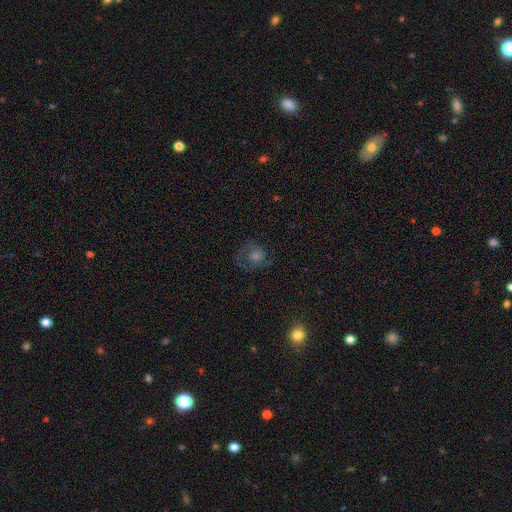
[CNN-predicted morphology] Overall: featured or disk (48%; smooth 35%). Merging: none (64%).